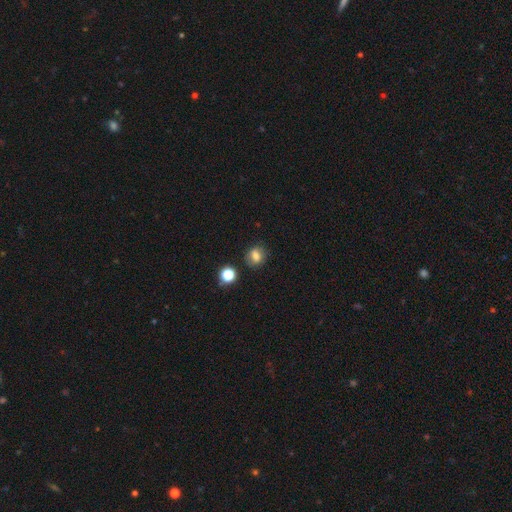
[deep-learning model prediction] Smooth or featured?
  - smooth: 72% *
  - featured or disk: 15%
  - star or artifact: 13%
How rounded?
  - round: 54% *
  - in between: 45%
  - cigar-shaped: 2%
Merging?
  - none: 78% *
  - minor disturbance: 14%
  - merger: 5%
  - major disturbance: 4%